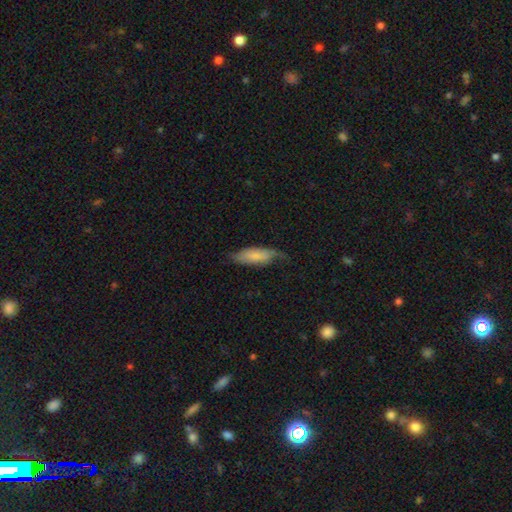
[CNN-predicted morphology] Smooth or featured? smooth (64%)
How rounded? in between (65%)
Merging? none (54%)